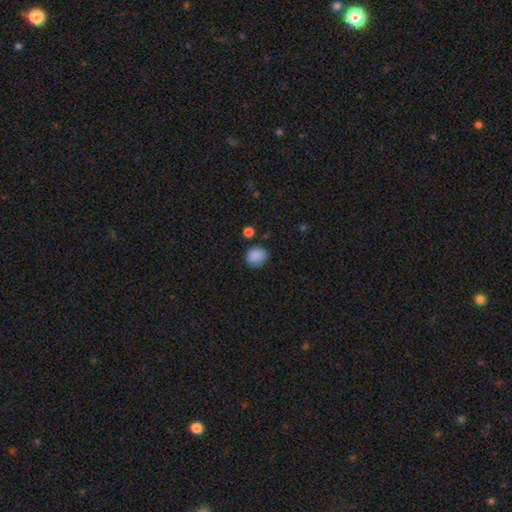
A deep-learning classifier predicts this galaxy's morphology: Q: Smooth or featured?
A: smooth (87%); runner-up: star or artifact (9%)
Q: How rounded?
A: round (73%); runner-up: in between (26%)
Q: Merging?
A: none (80%); runner-up: minor disturbance (13%)